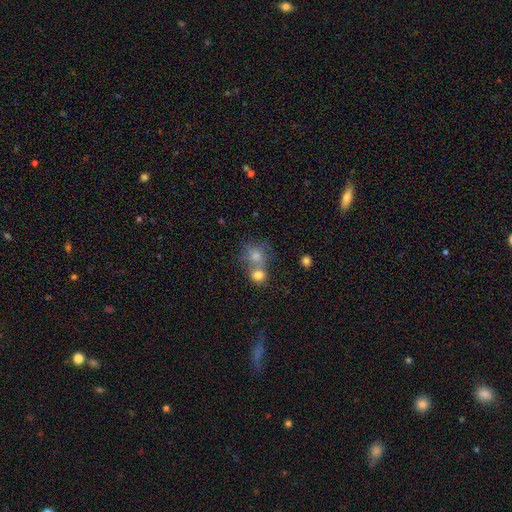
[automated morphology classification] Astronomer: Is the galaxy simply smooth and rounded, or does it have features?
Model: smooth — 74%.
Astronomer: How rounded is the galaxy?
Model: round — 73%.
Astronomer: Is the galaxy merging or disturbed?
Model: merger — 54% (runner-up: none, 32%).